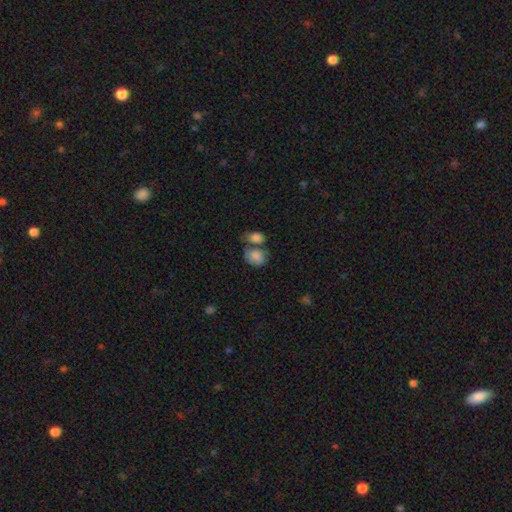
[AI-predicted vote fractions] Smooth or featured? smooth (76%)
How rounded? in between (65%)
Merging? merger (46%)